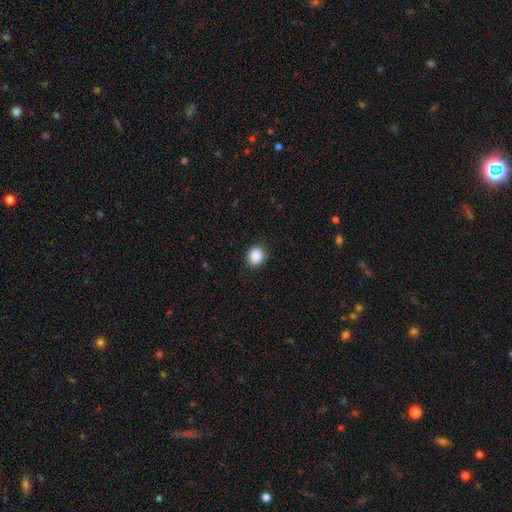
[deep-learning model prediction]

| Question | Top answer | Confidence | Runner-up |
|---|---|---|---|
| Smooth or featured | smooth | 89% | star or artifact (9%) |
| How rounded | round | 74% | in between (25%) |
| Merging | none | 89% | minor disturbance (8%) |